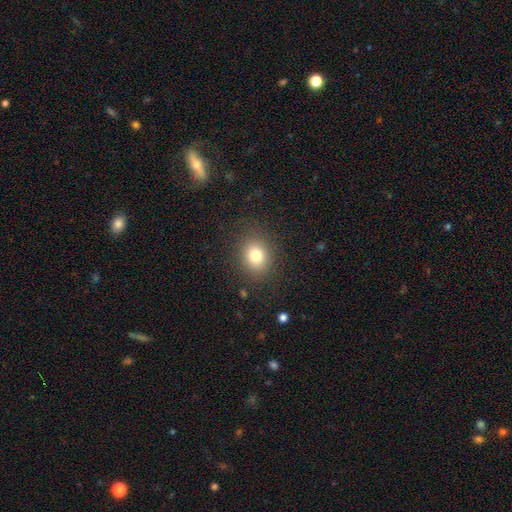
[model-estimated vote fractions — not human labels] This appears to be a smooth galaxy with no disk features (78%) that is round (59%). Merging: none (84%).